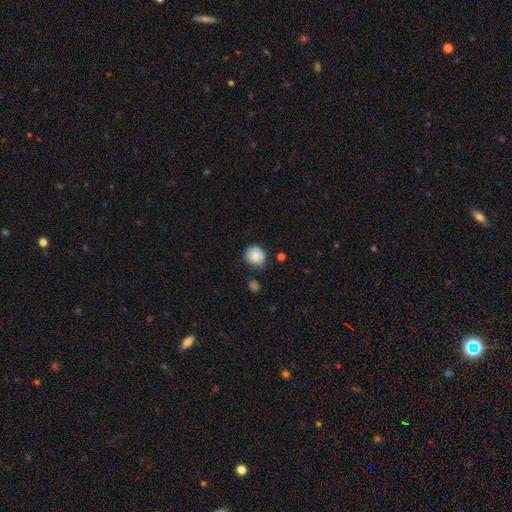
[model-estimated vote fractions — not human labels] Q: Smooth or featured?
A: smooth (75%); runner-up: featured or disk (16%)
Q: How rounded?
A: round (85%); runner-up: in between (14%)
Q: Merging?
A: none (65%); runner-up: minor disturbance (25%)